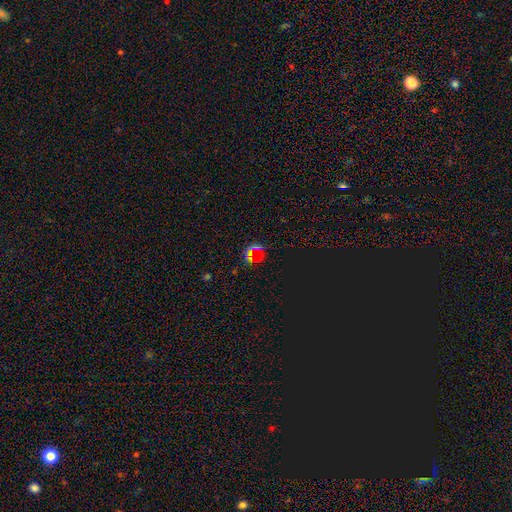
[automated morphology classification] smooth_or_featured: star or artifact (p=0.51) [alt: smooth p=0.38]